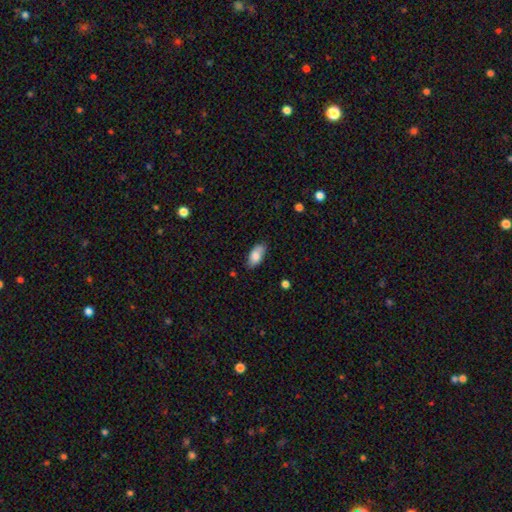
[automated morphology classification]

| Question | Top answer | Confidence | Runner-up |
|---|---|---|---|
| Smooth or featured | smooth | 82% | featured or disk (11%) |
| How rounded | in between | 91% | cigar-shaped (6%) |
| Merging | none | 76% | minor disturbance (19%) |